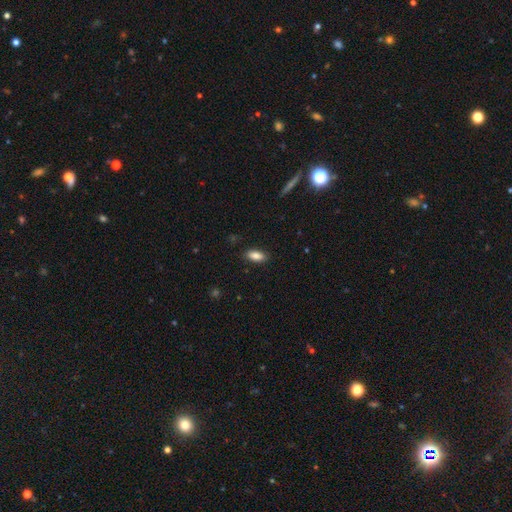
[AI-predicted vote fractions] Smooth or featured?
  - smooth: 85% *
  - featured or disk: 8%
  - star or artifact: 7%
How rounded?
  - in between: 84% *
  - cigar-shaped: 13%
  - round: 2%
Merging?
  - none: 87% *
  - minor disturbance: 10%
  - major disturbance: 2%
  - merger: 1%